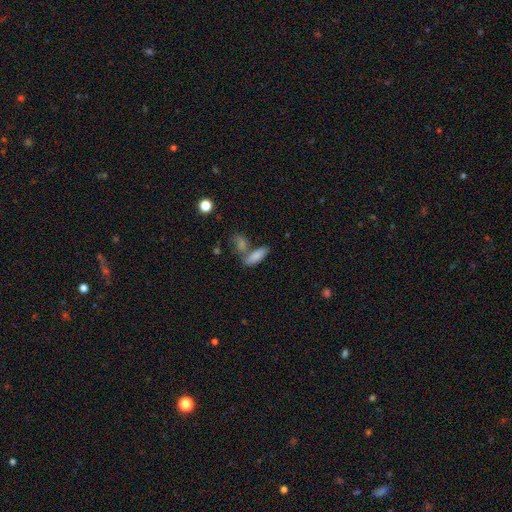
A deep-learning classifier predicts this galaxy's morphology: Q: Smooth or featured?
A: smooth (83%); runner-up: featured or disk (9%)
Q: How rounded?
A: in between (67%); runner-up: cigar-shaped (30%)
Q: Merging?
A: none (51%); runner-up: merger (35%)